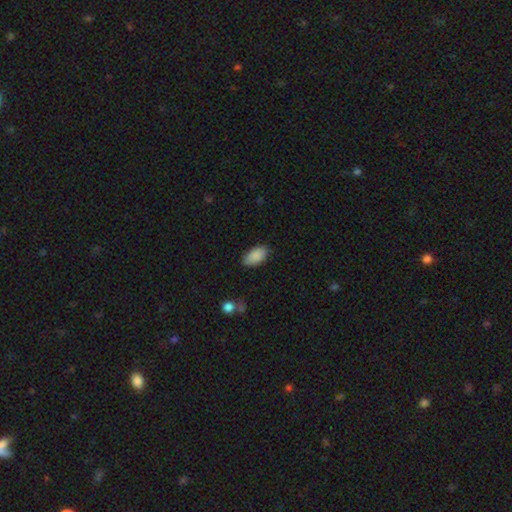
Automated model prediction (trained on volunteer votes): smooth_or_featured: smooth (p=0.89) [alt: star or artifact p=0.07]
how_rounded: in between (p=0.94) [alt: round p=0.03]
merging: none (p=0.84) [alt: minor disturbance p=0.12]